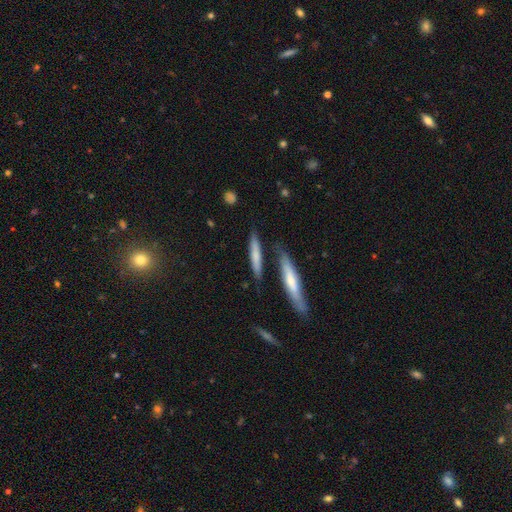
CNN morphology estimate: Smooth or featured: smooth — 62% (featured or disk — 32%)
How rounded: cigar-shaped — 86% (in between — 11%)
Merging: none — 72% (minor disturbance — 14%)